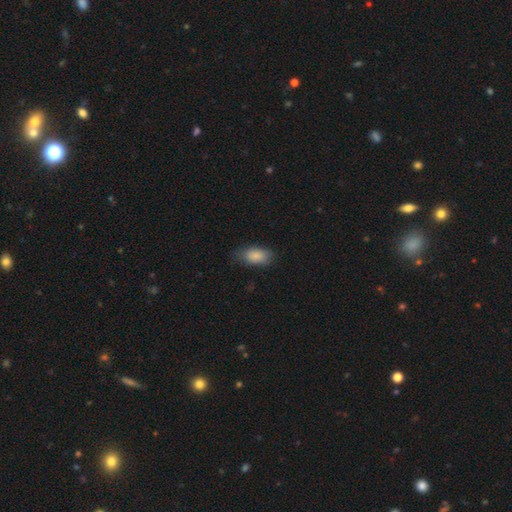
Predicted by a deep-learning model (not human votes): Smooth or featured: smooth — 87% (star or artifact — 7%)
How rounded: in between — 91% (cigar-shaped — 5%)
Merging: none — 75% (minor disturbance — 20%)